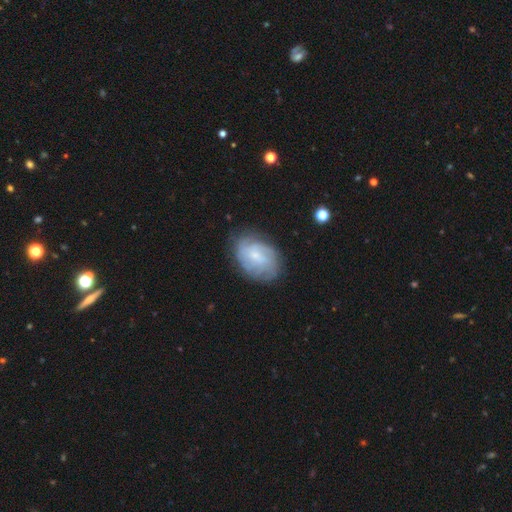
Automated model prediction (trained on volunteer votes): Smooth or featured: featured or disk — 63% (smooth — 29%)
Edge-on disk: no — 97% (yes — 3%)
Bar: no — 54% (weak — 40%)
Spiral arms: yes — 87% (no — 13%)
Spiral winding: tight — 58% (medium — 31%)
Spiral arm count: can't tell — 52% (2 — 14%)
Bulge size: small — 62% (moderate — 25%)
Merging: none — 74% (minor disturbance — 18%)